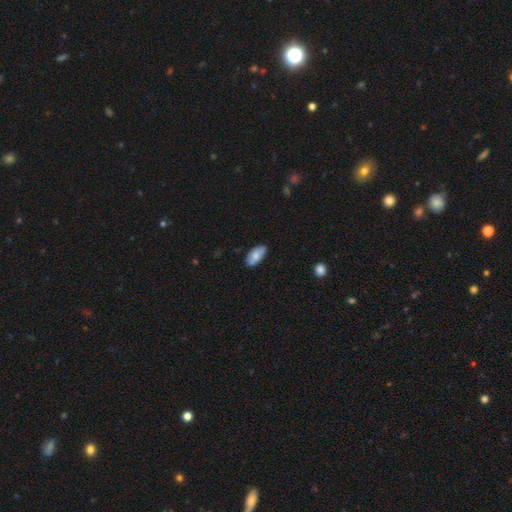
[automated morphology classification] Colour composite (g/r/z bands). It shows a smooth galaxy with no disk features (70%) that is in between round and cigar-shaped (94%). Merging: none (76%).